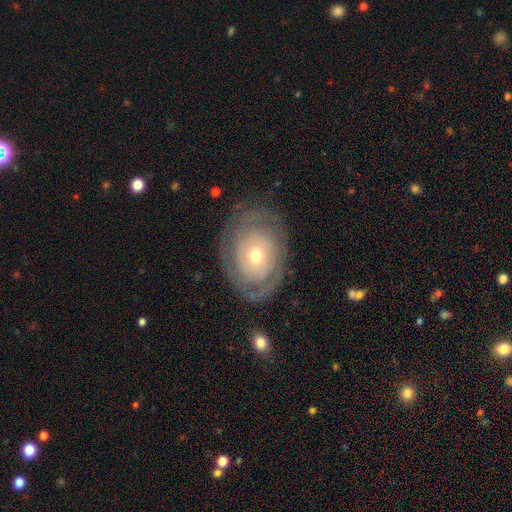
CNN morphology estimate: A featured or disk galaxy (72%) with no bar (84%), spiral arms (70%) and a moderate central bulge (53%). Merging: none (76%).